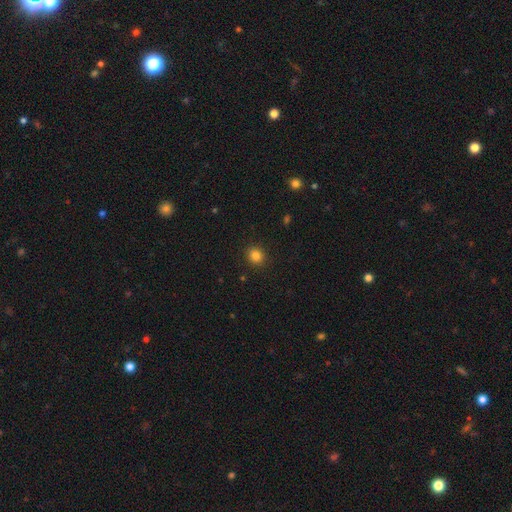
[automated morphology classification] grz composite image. It shows a smooth galaxy with no disk features (83%) that is round (77%). Merging: none (91%).